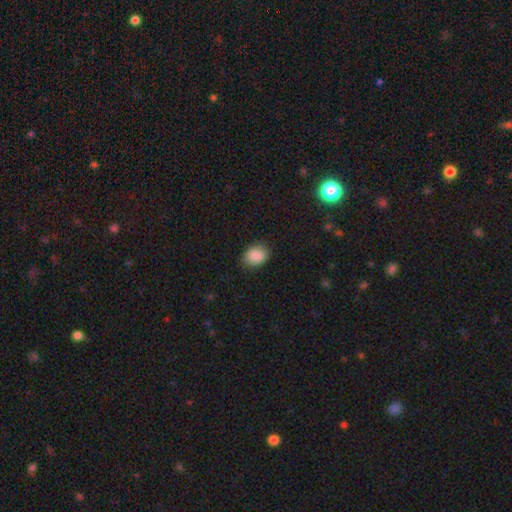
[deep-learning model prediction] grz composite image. It shows a smooth galaxy with no disk features (86%) that is in between round and cigar-shaped (59%). Merging: none (85%).